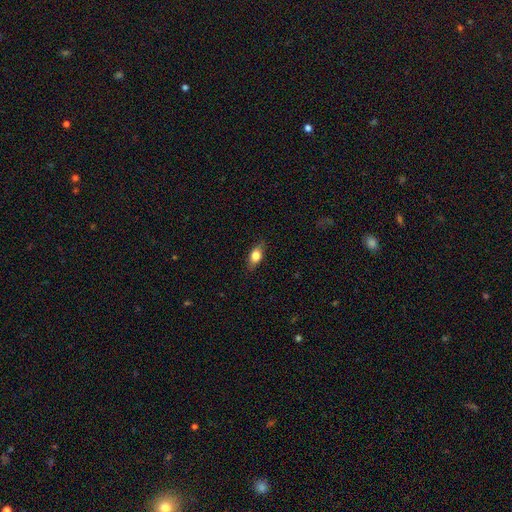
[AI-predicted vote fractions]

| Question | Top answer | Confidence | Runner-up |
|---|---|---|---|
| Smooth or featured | smooth | 72% | featured or disk (20%) |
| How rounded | in between | 79% | cigar-shaped (13%) |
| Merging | none | 83% | minor disturbance (13%) |